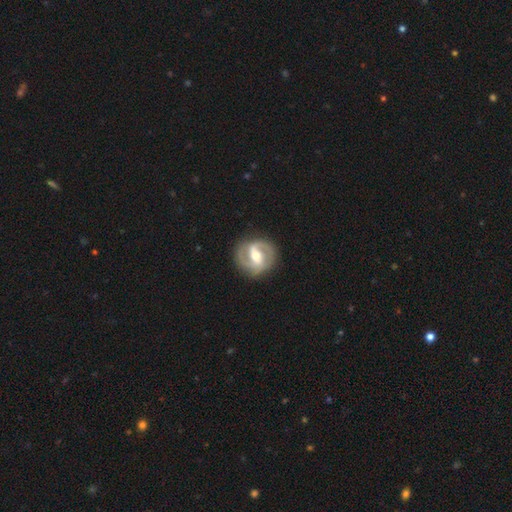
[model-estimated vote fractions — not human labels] A featured or disk galaxy (85%) with a strong bar (43%), 2 (82%) medium (50%) spiral arms (93%) and a moderate central bulge (68%).

Vote fractions:
- Smooth or featured? featured or disk: 85% / smooth: 10% / star or artifact: 4%
- Edge-on disk? no: 97% / yes: 3%
- Bar? strong: 43% / weak: 40% / no: 16%
- Spiral arms? yes: 93% / no: 7%
- Spiral winding? medium: 50% / tight: 35% / loose: 15%
- Spiral arm count? 2: 82% / 3: 7% / can't tell: 5% / 1: 2% / 4: 1% / more than 4: 1%
- Bulge size? moderate: 68% / small: 24% / large: 5% / none: 1% / dominant: 1%
- Merging? none: 83% / minor disturbance: 11% / major disturbance: 4% / merger: 1%